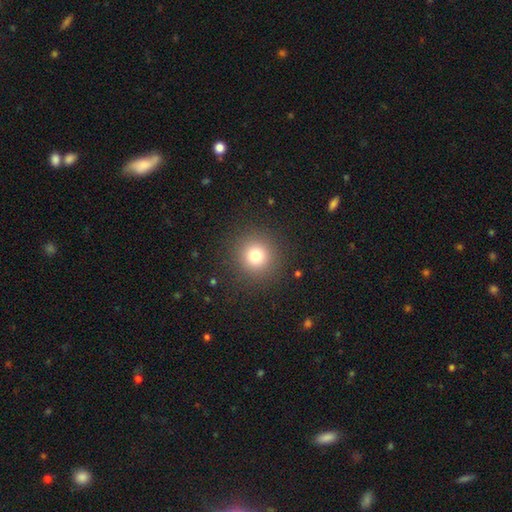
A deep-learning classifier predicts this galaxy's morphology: Smooth or featured? Predicted: smooth (p=0.77). How rounded? Predicted: round (p=0.95). Merging? Predicted: none (p=0.90).